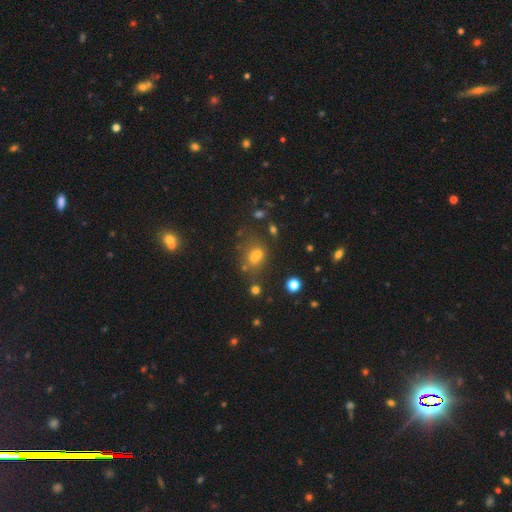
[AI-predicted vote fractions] smooth-or-featured: smooth: 62% | star or artifact: 24% | featured or disk: 15%
  how-rounded: in between: 62% | round: 35% | cigar-shaped: 3%
  merging: none: 48% | merger: 26% | minor disturbance: 16% | major disturbance: 9%